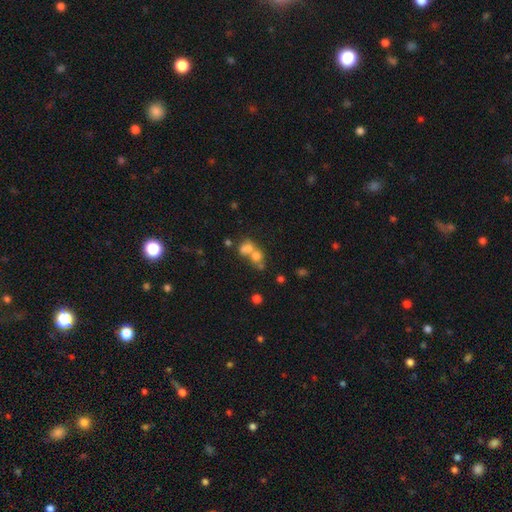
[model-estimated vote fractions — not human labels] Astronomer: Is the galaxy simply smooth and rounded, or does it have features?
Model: smooth — 51% (runner-up: star or artifact, 30%).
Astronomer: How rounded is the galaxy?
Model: round — 52% (runner-up: in between, 41%).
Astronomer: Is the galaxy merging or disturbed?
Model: merger — 50% (runner-up: none, 35%).